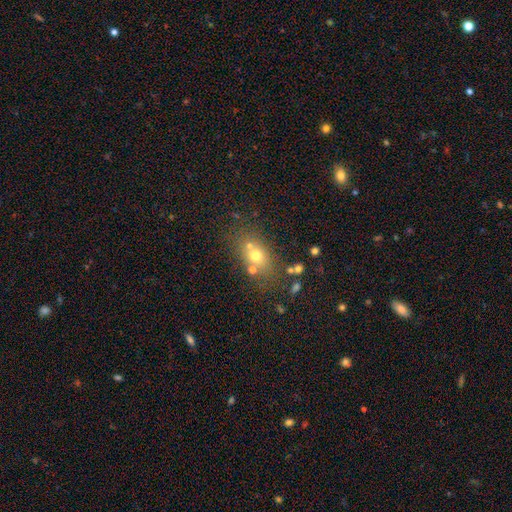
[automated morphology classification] Smooth or featured?
  - smooth: 65% *
  - featured or disk: 19%
  - star or artifact: 16%
How rounded?
  - in between: 60% *
  - round: 37%
  - cigar-shaped: 3%
Merging?
  - none: 60% *
  - merger: 21%
  - minor disturbance: 13%
  - major disturbance: 6%